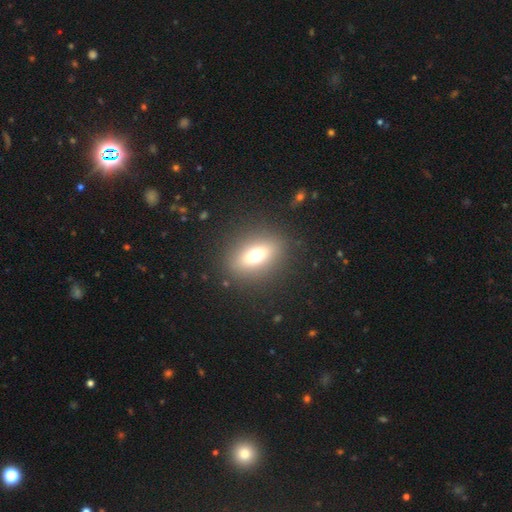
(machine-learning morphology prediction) type=smooth (65%); roundness=in between (64%); merging=none (87%).